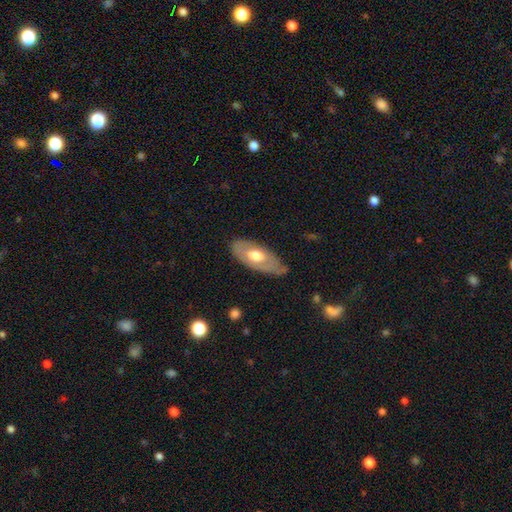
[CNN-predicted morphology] Smooth or featured? Predicted: smooth (p=0.48). Merging? Predicted: none (p=0.66).